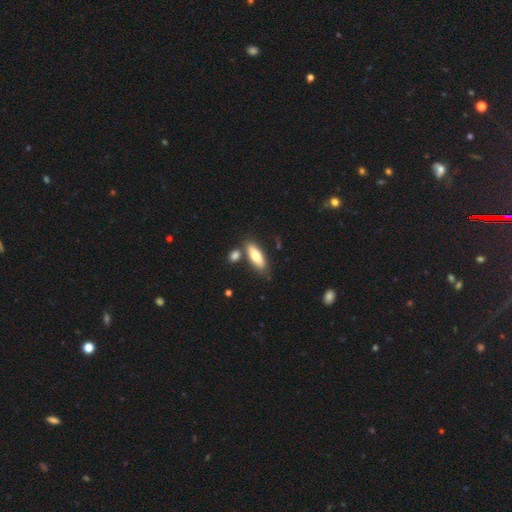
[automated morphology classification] Q: Smooth or featured?
A: smooth (73%); runner-up: featured or disk (21%)
Q: How rounded?
A: in between (66%); runner-up: cigar-shaped (32%)
Q: Merging?
A: none (71%); runner-up: merger (13%)